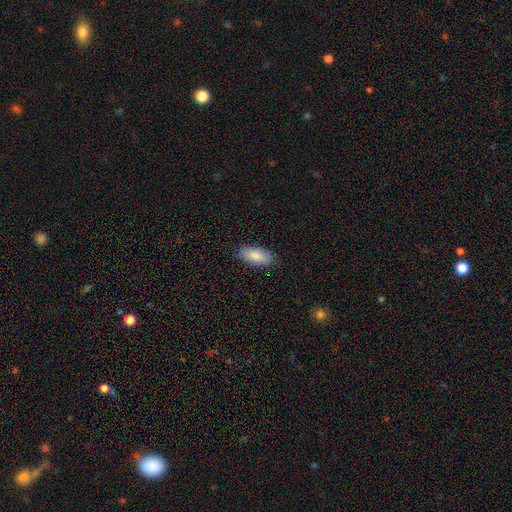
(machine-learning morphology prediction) This is clearly a smooth galaxy (88%). How rounded: clearly in between (88%). Merging: clearly none (86%).